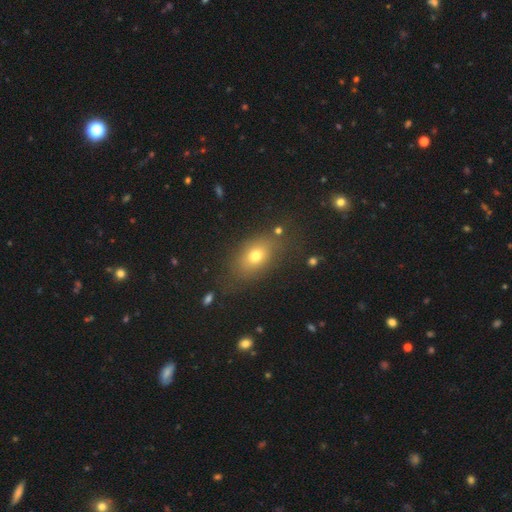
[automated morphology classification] Smooth or featured? smooth (71%)
How rounded? in between (77%)
Merging? none (75%)